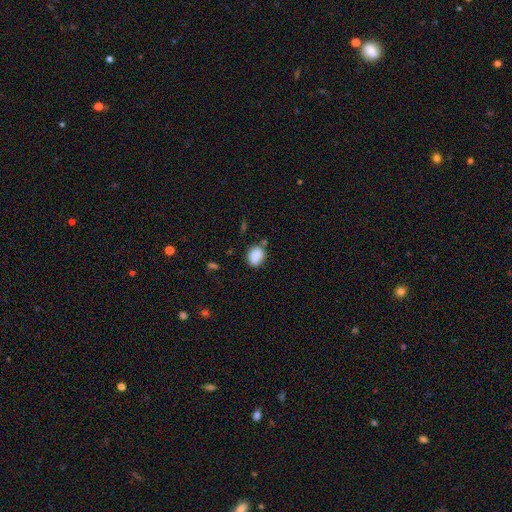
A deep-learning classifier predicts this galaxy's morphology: A smooth galaxy with no disk features (86%) that is in between round and cigar-shaped (54%). Merging: none (65%).